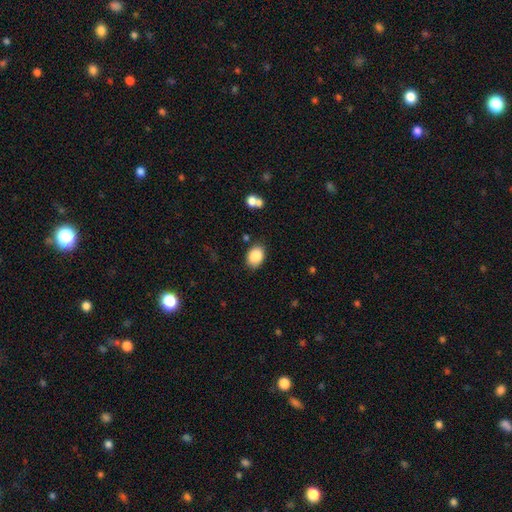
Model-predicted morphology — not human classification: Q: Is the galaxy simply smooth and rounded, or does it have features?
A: smooth — 86%.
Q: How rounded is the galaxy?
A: in between — 74%.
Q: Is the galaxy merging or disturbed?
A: none — 72%.